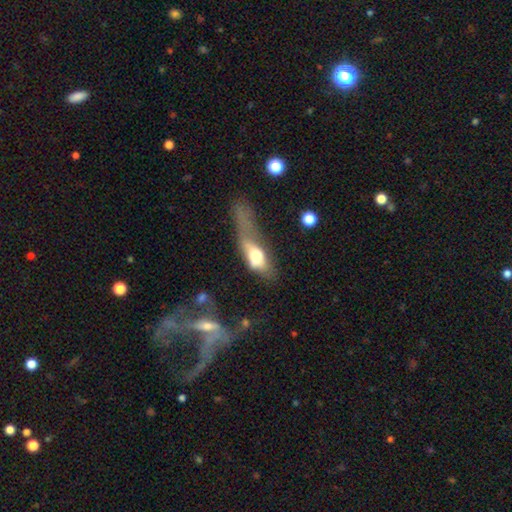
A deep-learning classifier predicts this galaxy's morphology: smooth_or_featured: smooth (p=0.57) [alt: featured or disk p=0.34]
how_rounded: in between (p=0.66) [alt: cigar-shaped p=0.28]
merging: major disturbance (p=0.55) [alt: minor disturbance p=0.20]